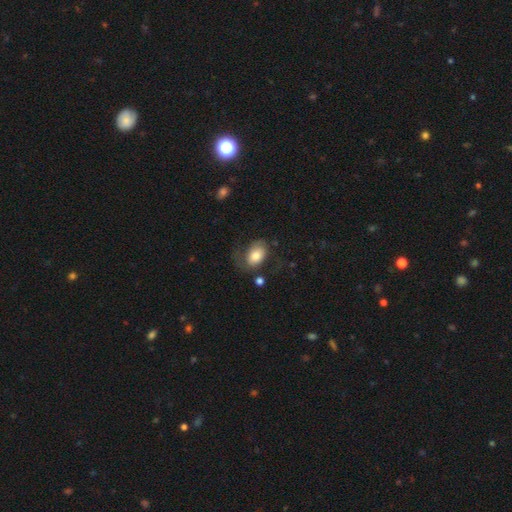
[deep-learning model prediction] smooth-or-featured: smooth: 67% | featured or disk: 25% | star or artifact: 7%
  how-rounded: in between: 82% | round: 17% | cigar-shaped: 1%
  merging: none: 44% | major disturbance: 28% | minor disturbance: 24% | merger: 4%